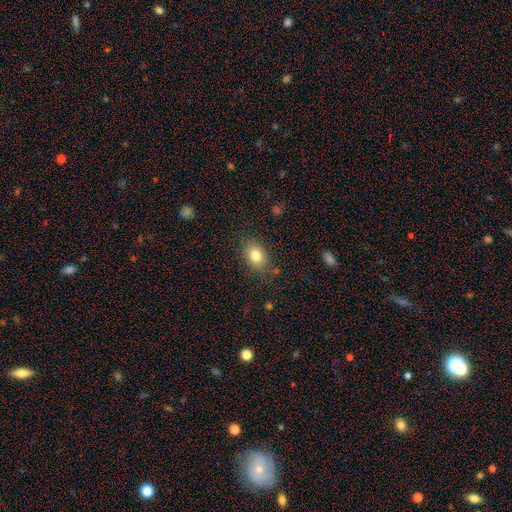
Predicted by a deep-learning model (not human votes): Smooth or featured?
  - smooth: 82% *
  - star or artifact: 9%
  - featured or disk: 9%
How rounded?
  - in between: 75% *
  - round: 24%
  - cigar-shaped: 1%
Merging?
  - none: 81% *
  - minor disturbance: 13%
  - major disturbance: 4%
  - merger: 2%